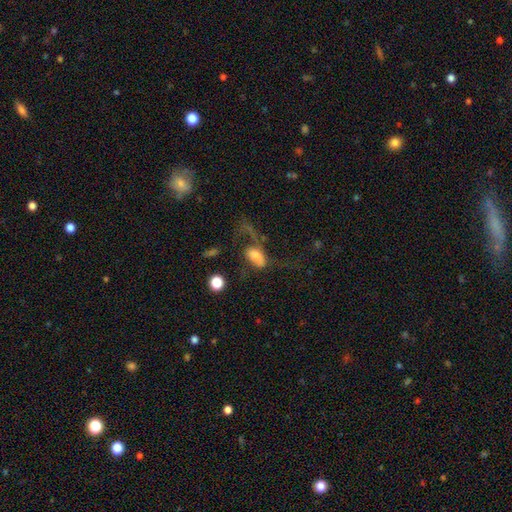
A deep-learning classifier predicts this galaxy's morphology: smooth 55%, featured or disk 33%, star or artifact 11%. Down the decision tree: how rounded — in between (87%); merging — major disturbance (58%).